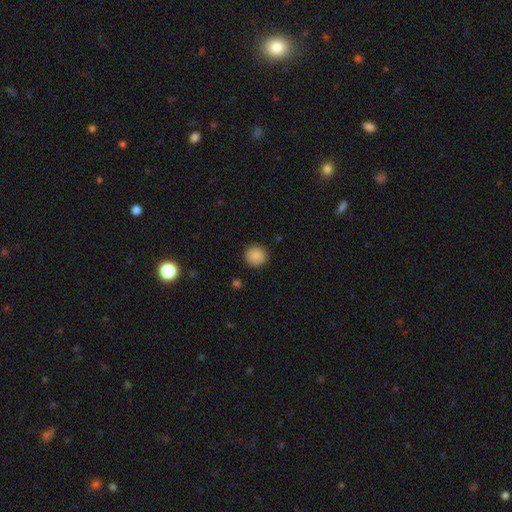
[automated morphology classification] Overall: smooth (88%). How rounded: round (91%). Merging: none (90%).